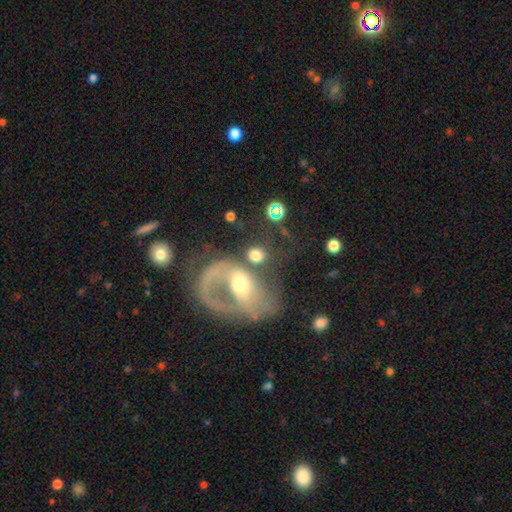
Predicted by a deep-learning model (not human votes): Smooth or featured? smooth (57%)
How rounded? round (59%)
Merging? none (37%)